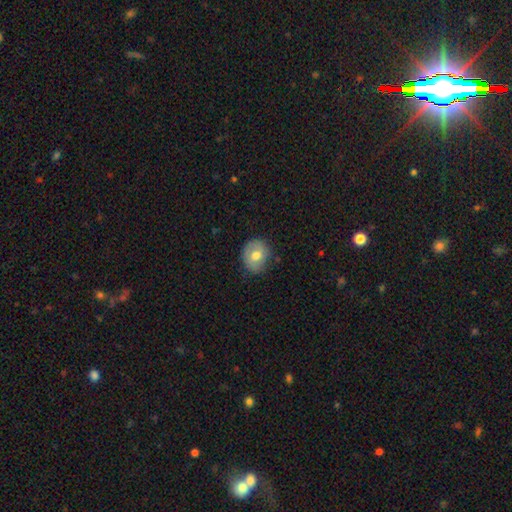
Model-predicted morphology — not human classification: Smooth or featured? smooth (67%)
How rounded? round (60%)
Merging? none (73%)